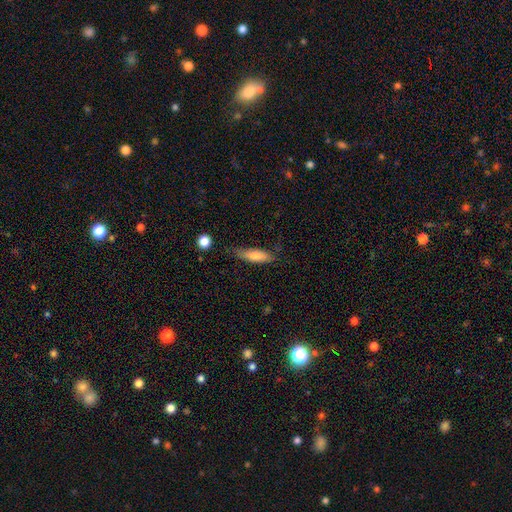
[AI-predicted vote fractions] Smooth or featured? smooth (77%)
How rounded? cigar-shaped (57%)
Merging? none (73%)